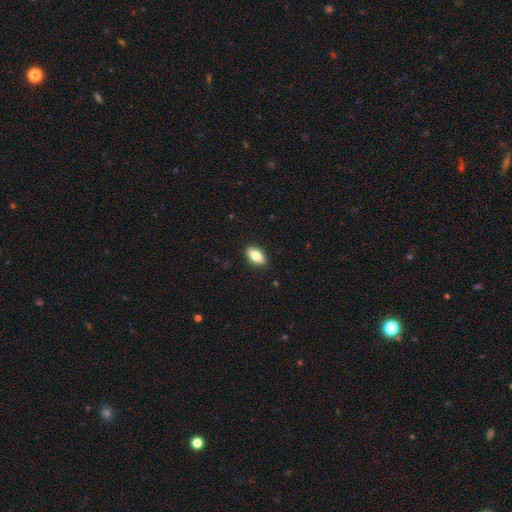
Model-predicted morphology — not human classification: A smooth galaxy with no disk features (78%) that is in between round and cigar-shaped (88%).

Vote fractions:
- Smooth or featured? smooth: 78% / featured or disk: 15% / star or artifact: 7%
- How rounded? in between: 88% / cigar-shaped: 7% / round: 5%
- Merging? none: 89% / minor disturbance: 8% / major disturbance: 2% / merger: 1%